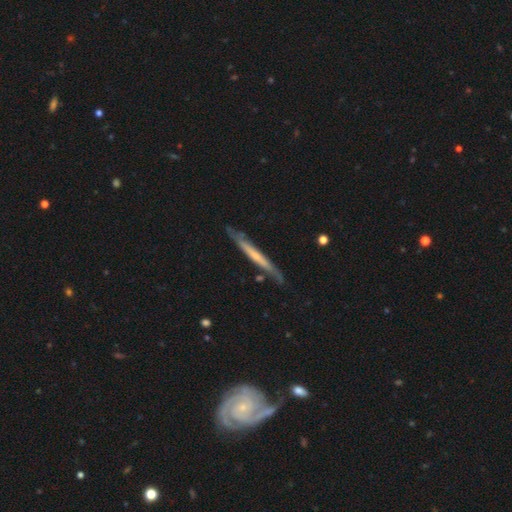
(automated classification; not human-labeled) Morphology: type=featured or disk (58%); edge-on=yes (90%); edge-on bulge=none (73%); merging=none (76%).